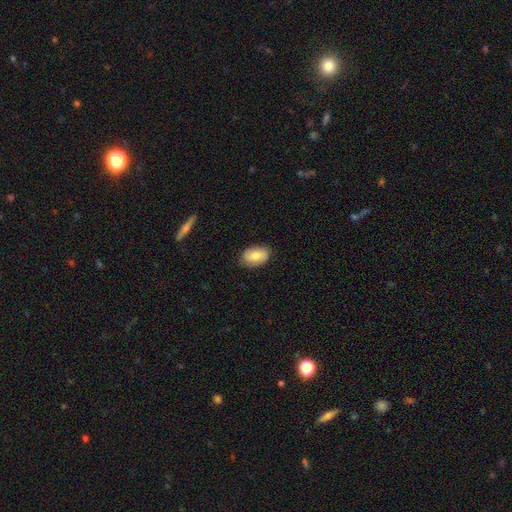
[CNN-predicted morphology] Q: Smooth or featured?
A: smooth (80%); runner-up: featured or disk (14%)
Q: How rounded?
A: in between (90%); runner-up: round (8%)
Q: Merging?
A: none (83%); runner-up: minor disturbance (14%)